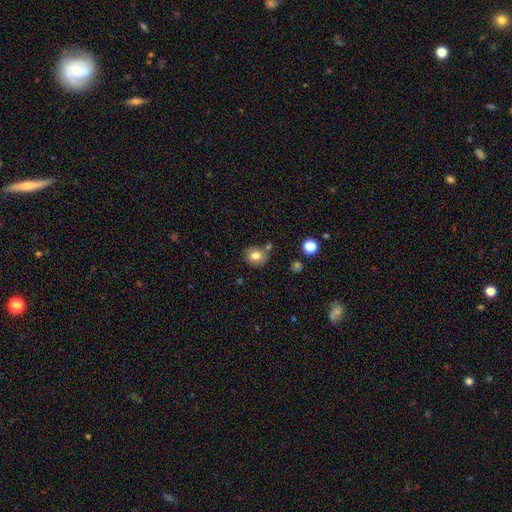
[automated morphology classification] This appears to be a smooth galaxy with no disk features (78%) that is round (76%). Merging: none (73%).